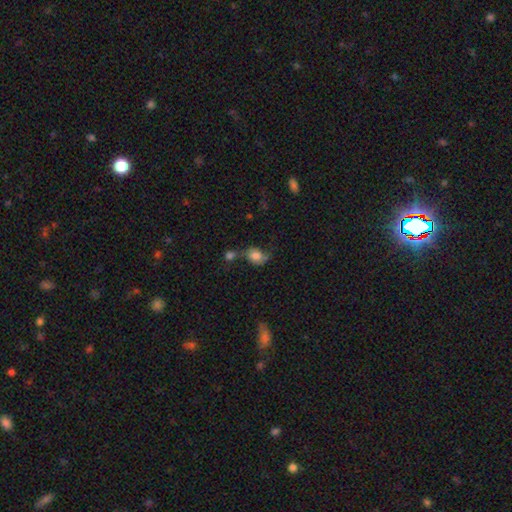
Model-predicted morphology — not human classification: smooth-or-featured: smooth: 62% | featured or disk: 27% | star or artifact: 11%
  how-rounded: round: 51% | in between: 47% | cigar-shaped: 2%
  merging: merger: 34% | none: 32% | minor disturbance: 18% | major disturbance: 15%